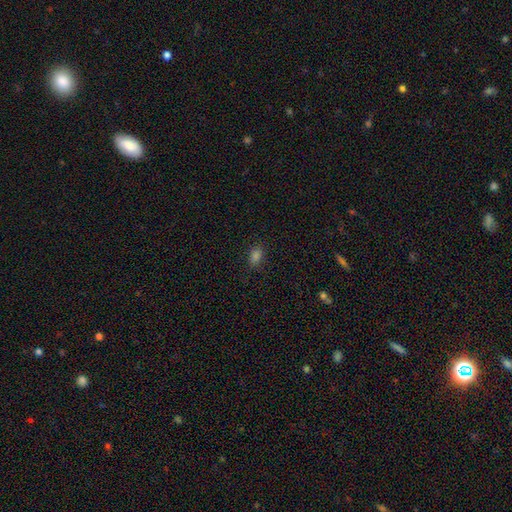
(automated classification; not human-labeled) Overall: smooth (79%). How rounded: in between (81%). Merging: none (86%).